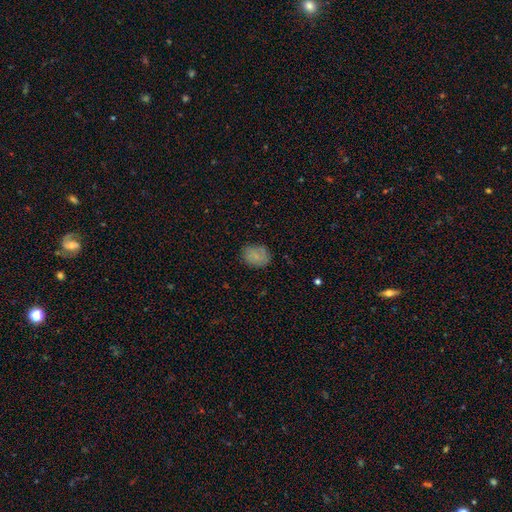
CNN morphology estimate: smooth_or_featured: smooth (p=0.75) [alt: featured or disk p=0.15]
how_rounded: in between (p=0.62) [alt: round p=0.37]
merging: none (p=0.78) [alt: minor disturbance p=0.17]